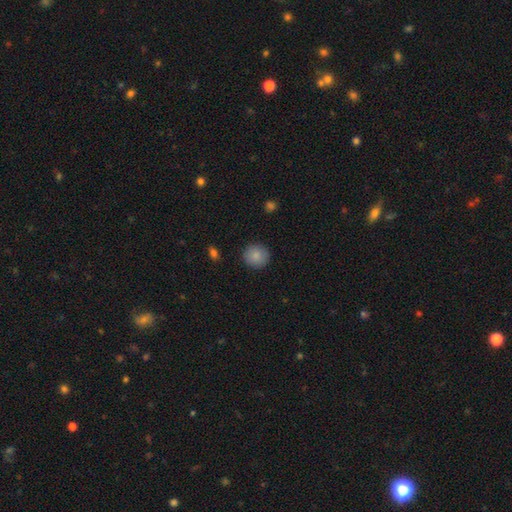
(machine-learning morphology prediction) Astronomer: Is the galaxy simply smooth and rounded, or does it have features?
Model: smooth — 87%.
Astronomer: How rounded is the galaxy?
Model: round — 93%.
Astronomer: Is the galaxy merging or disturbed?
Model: none — 91%.